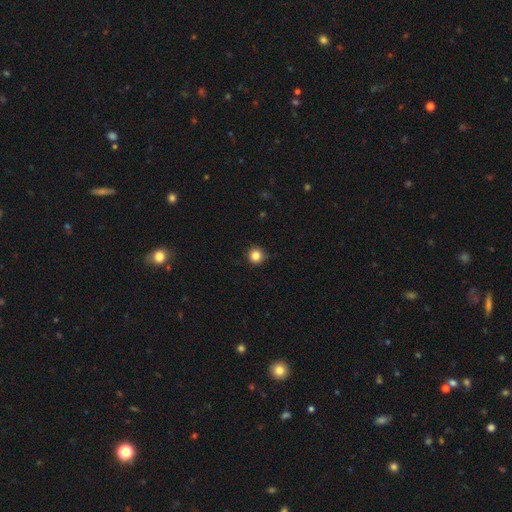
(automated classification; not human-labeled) A smooth galaxy with no disk features (83%) that is round (95%).

Vote fractions:
- Smooth or featured? smooth: 83% / star or artifact: 12% / featured or disk: 5%
- How rounded? round: 95% / in between: 4% / cigar-shaped: 1%
- Merging? none: 86% / minor disturbance: 11% / major disturbance: 2% / merger: 1%